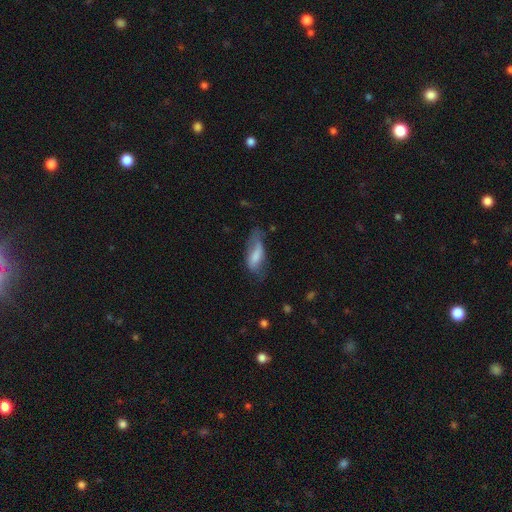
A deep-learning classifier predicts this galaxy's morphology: smooth_or_featured: smooth (p=0.65) [alt: featured or disk p=0.27]
how_rounded: in between (p=0.76) [alt: cigar-shaped p=0.22]
merging: none (p=0.37) [alt: minor disturbance p=0.33]